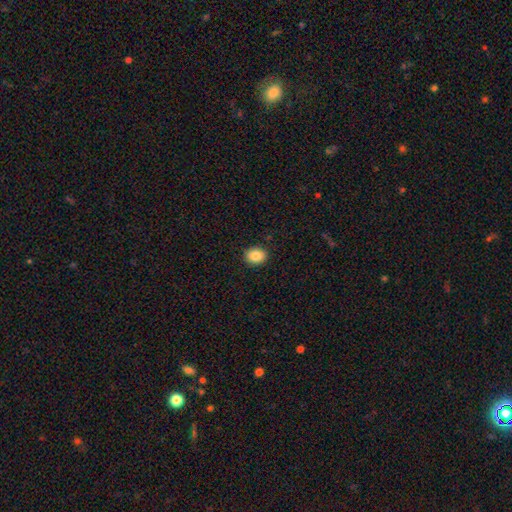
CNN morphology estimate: Smooth or featured: smooth — 87% (star or artifact — 8%)
How rounded: in between — 55% (round — 44%)
Merging: none — 90% (minor disturbance — 7%)